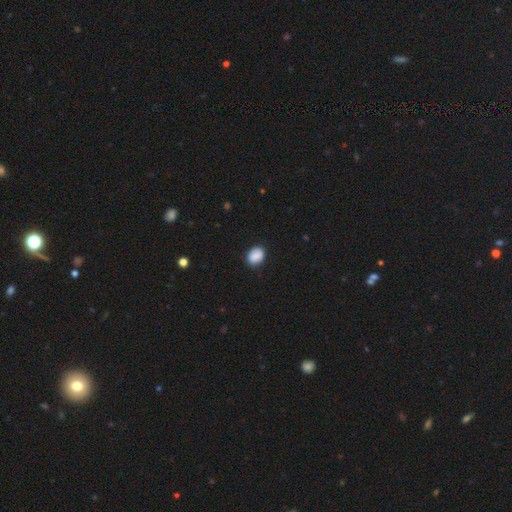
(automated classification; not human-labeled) Smooth or featured?
  - smooth: 88% *
  - star or artifact: 8%
  - featured or disk: 4%
How rounded?
  - in between: 59% *
  - round: 40%
  - cigar-shaped: 1%
Merging?
  - none: 85% *
  - minor disturbance: 11%
  - major disturbance: 2%
  - merger: 1%